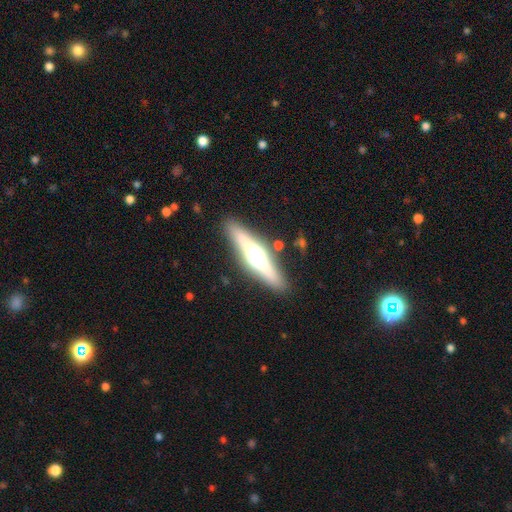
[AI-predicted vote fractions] Smooth or featured: featured or disk — 63% (smooth — 30%)
Edge-on disk: yes — 94% (no — 6%)
Edge-on bulge: rounded — 90% (boxy — 7%)
Merging: none — 86% (minor disturbance — 9%)